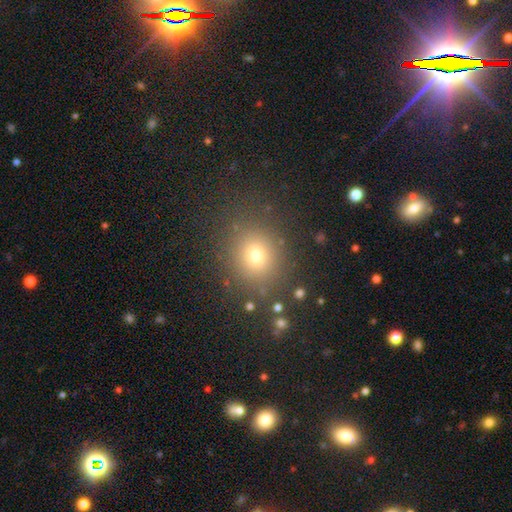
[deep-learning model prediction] Smooth or featured? smooth (70%)
How rounded? round (73%)
Merging? none (86%)